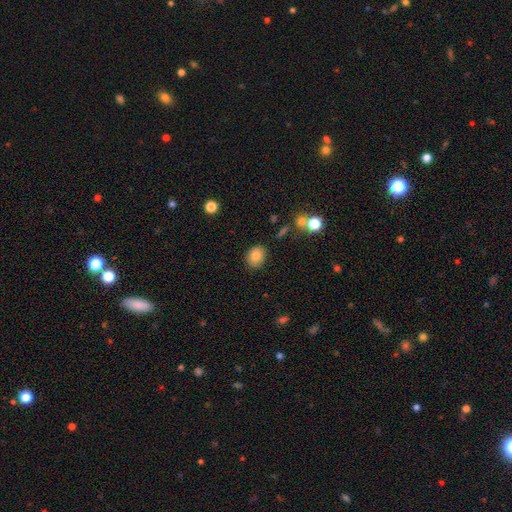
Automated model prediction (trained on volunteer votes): The model was most divided on "how rounded": in between: 50%, round: 49%, cigar-shaped: 1%. More confident: merging — none (84%); smooth or featured — smooth (82%).